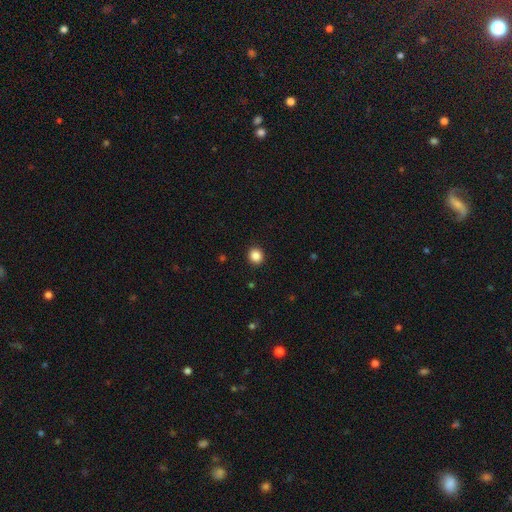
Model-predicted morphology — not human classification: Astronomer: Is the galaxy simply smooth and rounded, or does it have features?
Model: smooth — 86%.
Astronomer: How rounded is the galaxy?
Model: round — 86%.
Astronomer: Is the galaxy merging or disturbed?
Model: none — 93%.